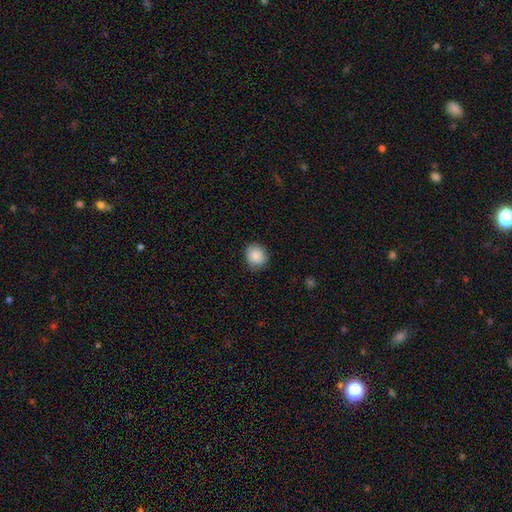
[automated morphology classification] smooth-or-featured: smooth: 87% | star or artifact: 8% | featured or disk: 5%
  how-rounded: round: 79% | in between: 20% | cigar-shaped: 1%
  merging: none: 80% | minor disturbance: 16% | major disturbance: 3% | merger: 1%